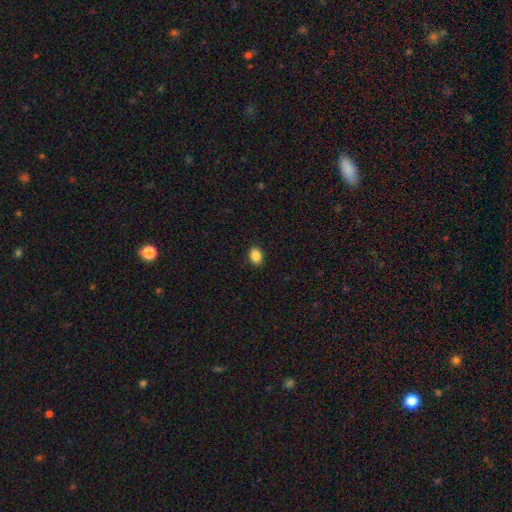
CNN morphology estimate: A smooth galaxy with no disk features (87%) that is in between round and cigar-shaped (56%).

Vote fractions:
- Smooth or featured? smooth: 87% / star or artifact: 9% / featured or disk: 4%
- How rounded? in between: 56% / round: 43% / cigar-shaped: 1%
- Merging? none: 91% / minor disturbance: 7% / major disturbance: 2% / merger: 1%